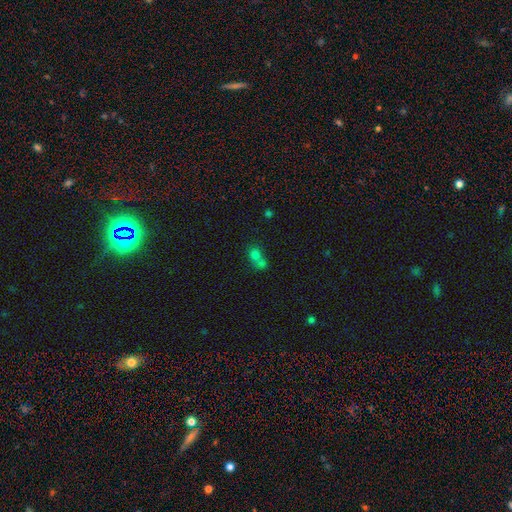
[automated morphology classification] This appears to be a smooth galaxy with no disk features (70%) that is round (66%). Merging: merger (63%).